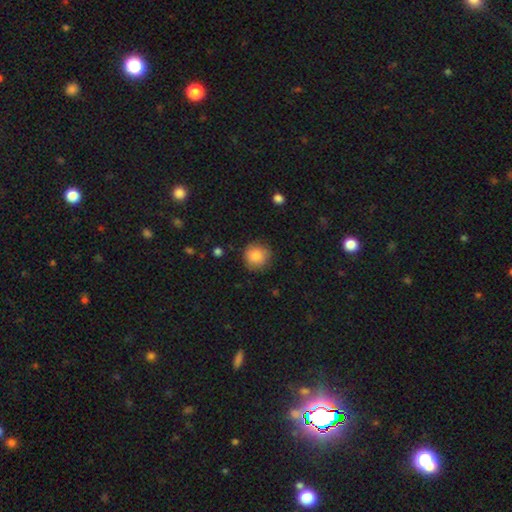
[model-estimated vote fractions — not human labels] Smooth or featured? smooth (85%)
How rounded? round (93%)
Merging? none (85%)